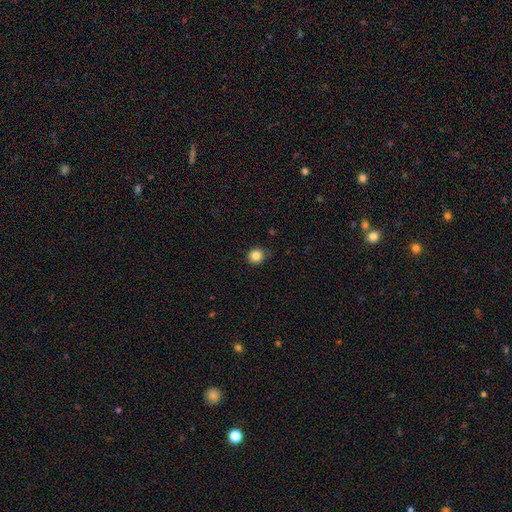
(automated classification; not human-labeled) This is clearly a smooth galaxy (85%). How rounded: clearly round (88%). Merging: clearly none (84%).